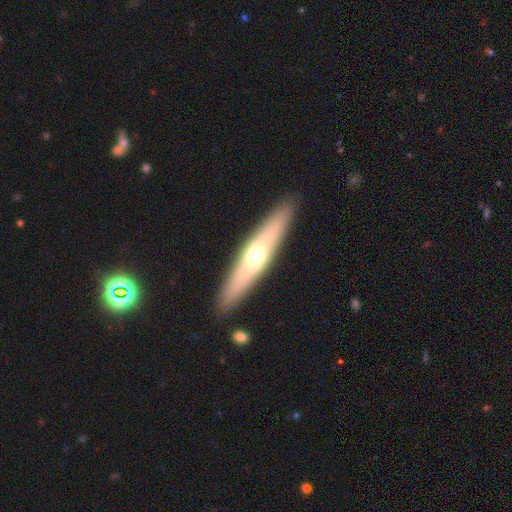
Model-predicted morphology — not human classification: smooth-or-featured: featured or disk: 54% | smooth: 40% | star or artifact: 6%
  disk-edge-on: yes: 86% | no: 14%
  merging: none: 90% | minor disturbance: 7% | major disturbance: 2% | merger: 1%